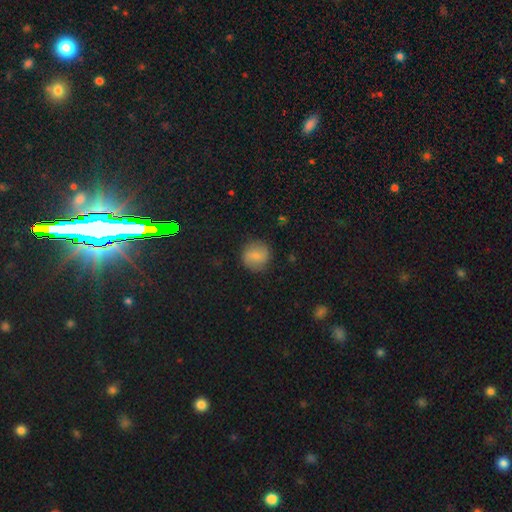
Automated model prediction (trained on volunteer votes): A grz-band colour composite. It shows a smooth galaxy with no disk features (73%) that is round (89%). Merging: none (84%).